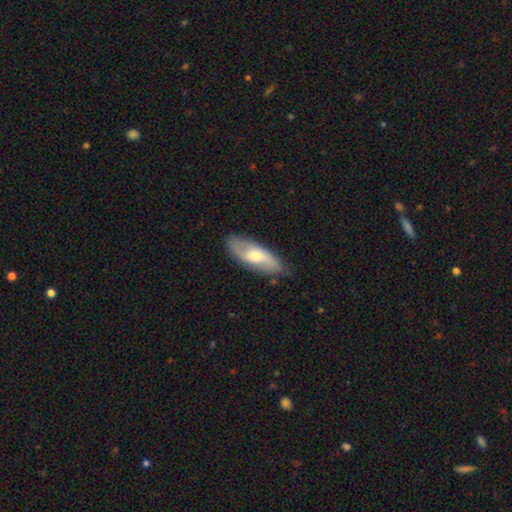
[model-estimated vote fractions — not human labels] featured or disk 52%, smooth 43%, star or artifact 6%. Down the decision tree: edge-on disk — no (79%); merging — none (81%).